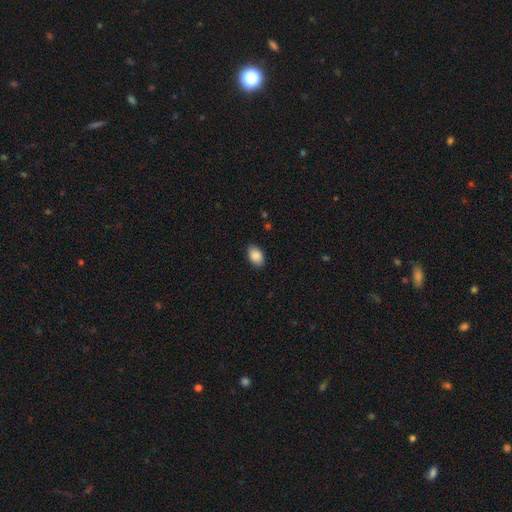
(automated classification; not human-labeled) A smooth galaxy with no disk features (89%) that is in between round and cigar-shaped (89%).

Vote fractions:
- Smooth or featured? smooth: 89% / star or artifact: 7% / featured or disk: 4%
- How rounded? in between: 89% / round: 10% / cigar-shaped: 1%
- Merging? none: 87% / minor disturbance: 10% / major disturbance: 2% / merger: 1%